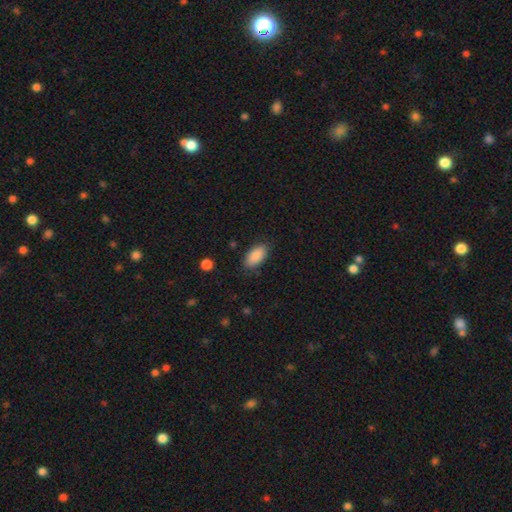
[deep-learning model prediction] smooth 89%, star or artifact 7%, featured or disk 4%. Down the decision tree: how rounded — in between (92%); merging — none (83%).